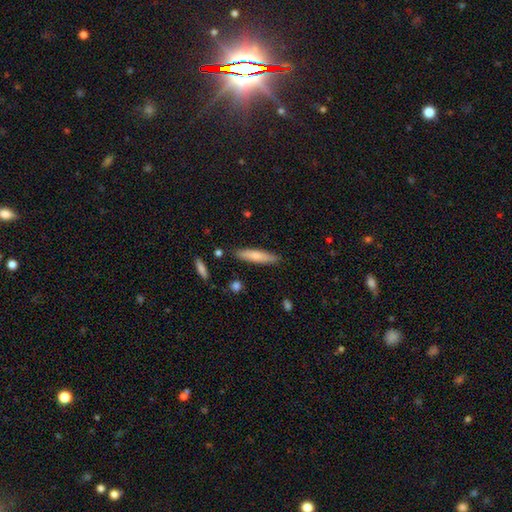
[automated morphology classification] smooth_or_featured: smooth (p=0.72) [alt: featured or disk p=0.22]
how_rounded: cigar-shaped (p=0.82) [alt: in between p=0.17]
merging: none (p=0.86) [alt: minor disturbance p=0.10]